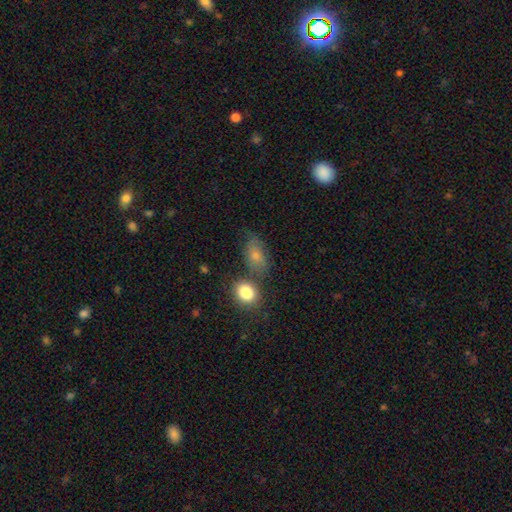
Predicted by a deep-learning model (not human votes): Q: Smooth or featured?
A: smooth (74%); runner-up: featured or disk (15%)
Q: How rounded?
A: in between (80%); runner-up: round (17%)
Q: Merging?
A: none (53%); runner-up: minor disturbance (23%)